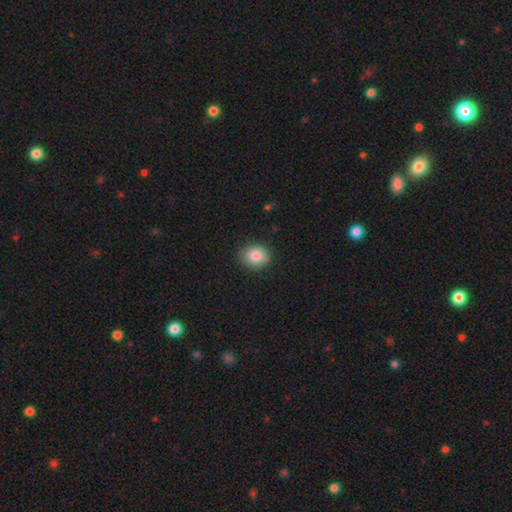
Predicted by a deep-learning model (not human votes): Q: Smooth or featured?
A: smooth (86%); runner-up: star or artifact (9%)
Q: How rounded?
A: round (67%); runner-up: in between (33%)
Q: Merging?
A: none (86%); runner-up: minor disturbance (11%)